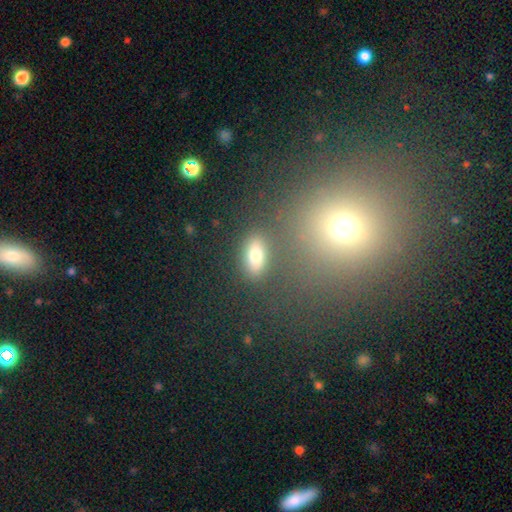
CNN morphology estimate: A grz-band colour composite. It shows a smooth galaxy with no disk features (72%) that is in between round and cigar-shaped (77%). Merging: none (83%).